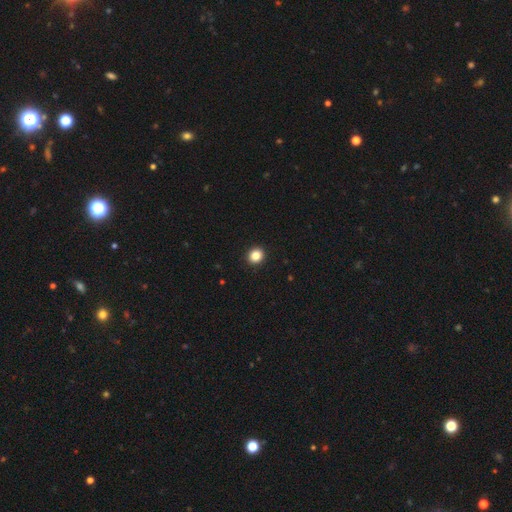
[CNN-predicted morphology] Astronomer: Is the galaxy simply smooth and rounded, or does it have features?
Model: smooth — 85%.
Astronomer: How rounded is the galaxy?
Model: round — 81%.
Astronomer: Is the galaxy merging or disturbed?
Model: none — 93%.